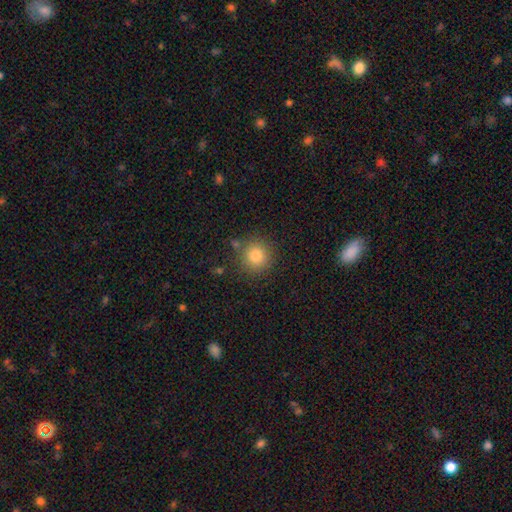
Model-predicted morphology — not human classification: smooth 80%, star or artifact 12%, featured or disk 8%. Down the decision tree: how rounded — round (94%); merging — none (84%).